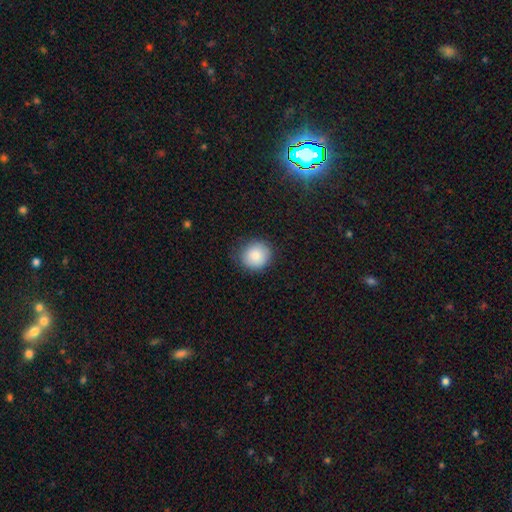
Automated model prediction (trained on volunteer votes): Smooth or featured? Predicted: smooth (p=0.85). How rounded? Predicted: round (p=0.86). Merging? Predicted: none (p=0.81).